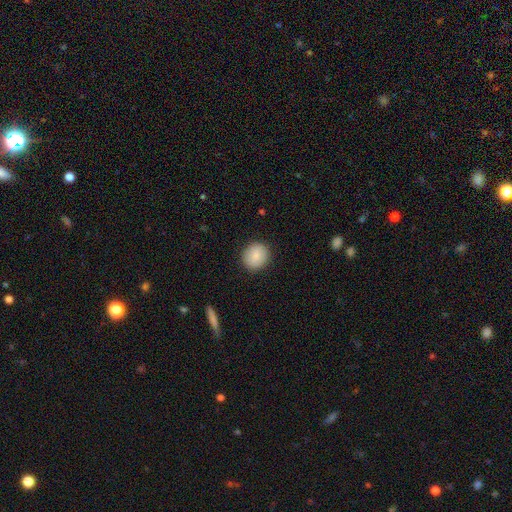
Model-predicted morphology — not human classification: This appears to be a smooth galaxy with no disk features (85%) that is round (80%). Merging: none (89%).